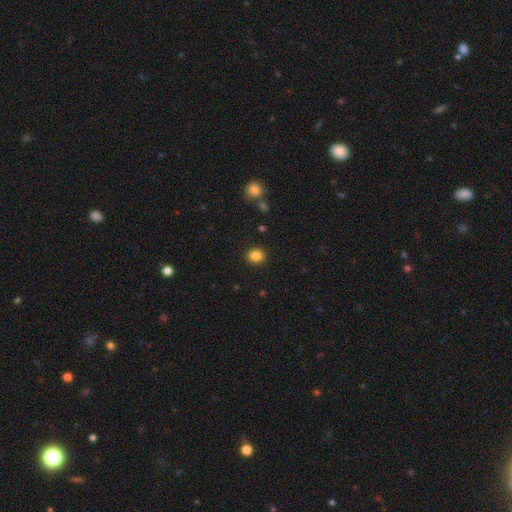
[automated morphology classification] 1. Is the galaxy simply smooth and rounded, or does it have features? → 85% smooth, 11% star or artifact, 4% featured or disk.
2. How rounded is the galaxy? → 70% round, 29% in between, 1% cigar-shaped.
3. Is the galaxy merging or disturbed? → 90% none, 7% minor disturbance, 2% major disturbance, 1% merger.